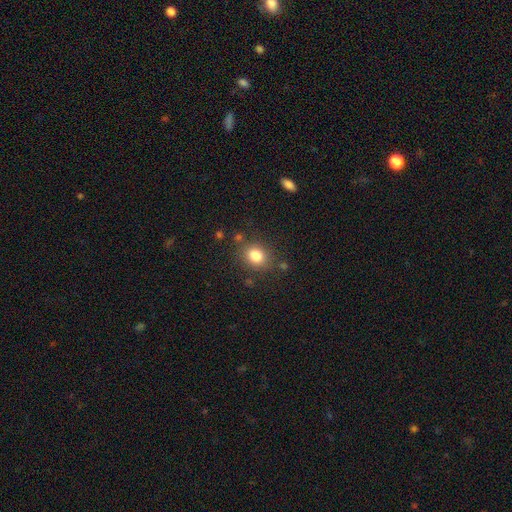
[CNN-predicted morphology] smooth 82%, star or artifact 11%, featured or disk 7%. Down the decision tree: how rounded — round (66%); merging — none (81%).